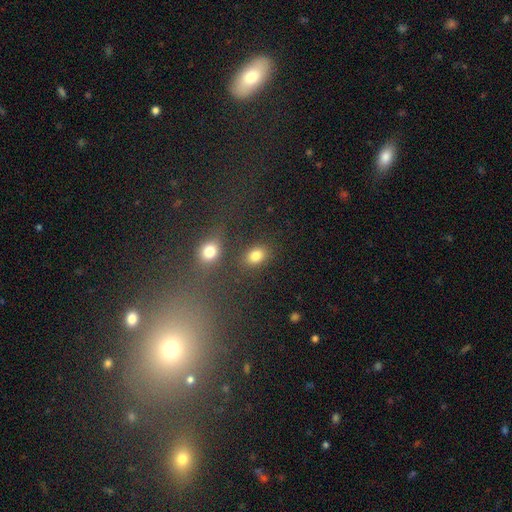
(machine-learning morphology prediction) Overall: smooth (81%). How rounded: in between (67%; round 32%). Merging: none (77%).